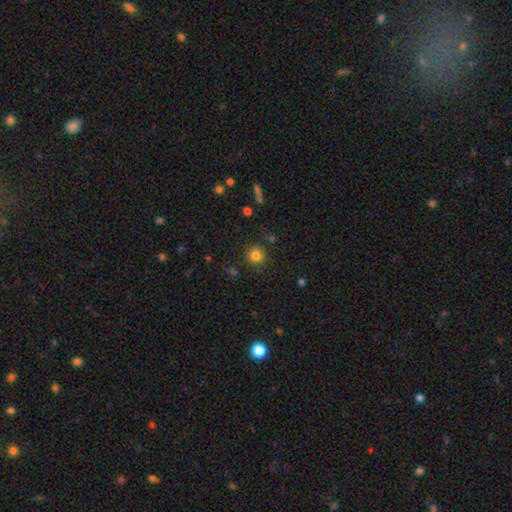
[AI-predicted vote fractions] Smooth or featured? smooth (82%)
How rounded? round (92%)
Merging? none (85%)